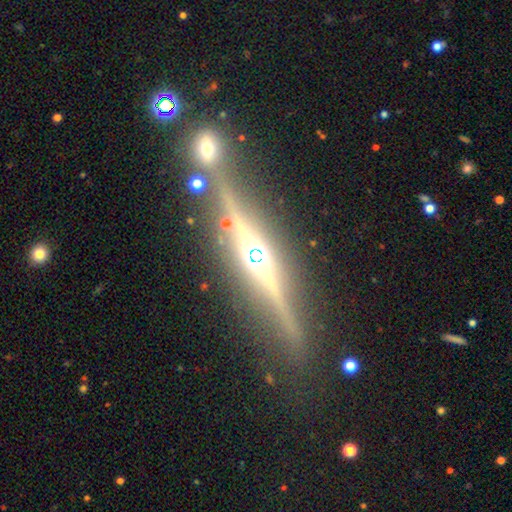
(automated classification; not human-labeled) Smooth or featured? Predicted: featured or disk (p=0.86). Edge-on disk? Predicted: yes (p=0.97). Edge-on bulge? Predicted: rounded (p=0.81). Merging? Predicted: none (p=0.78).